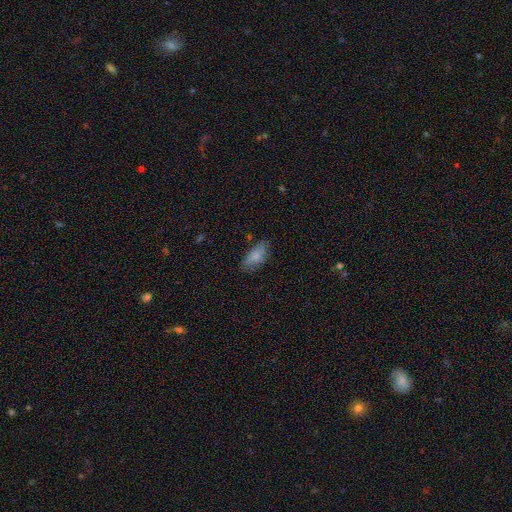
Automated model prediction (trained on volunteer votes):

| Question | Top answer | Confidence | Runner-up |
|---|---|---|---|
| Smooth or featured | smooth | 80% | featured or disk (13%) |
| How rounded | in between | 89% | cigar-shaped (9%) |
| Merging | none | 71% | minor disturbance (22%) |